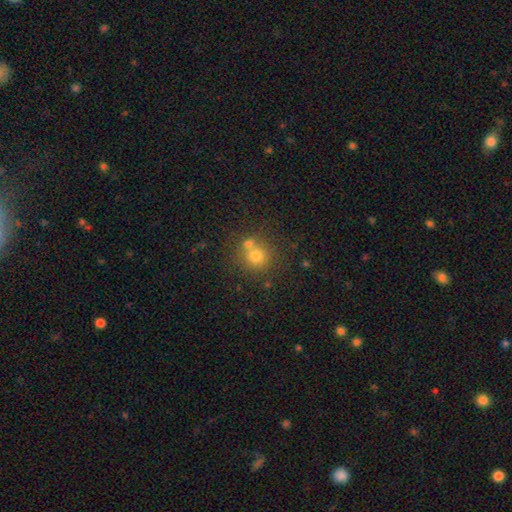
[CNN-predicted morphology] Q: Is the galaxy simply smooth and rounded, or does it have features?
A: smooth — 73%.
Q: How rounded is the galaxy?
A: round — 89%.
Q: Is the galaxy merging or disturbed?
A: none — 58%.